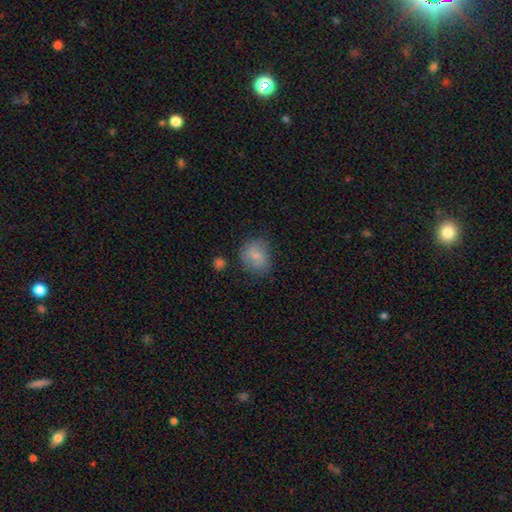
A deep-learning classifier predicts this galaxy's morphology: Smooth or featured? smooth (75%)
How rounded? round (63%)
Merging? none (66%)